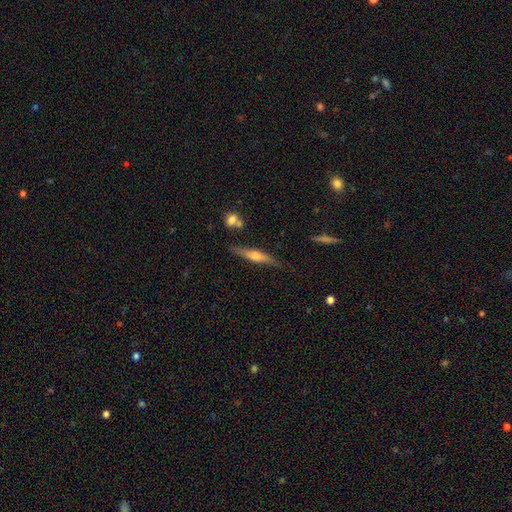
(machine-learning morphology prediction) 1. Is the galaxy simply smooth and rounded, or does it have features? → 64% featured or disk, 30% smooth, 6% star or artifact.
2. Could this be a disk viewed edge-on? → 95% yes, 5% no.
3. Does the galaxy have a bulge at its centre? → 90% rounded, 6% boxy, 4% none.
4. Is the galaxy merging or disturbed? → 79% none, 14% minor disturbance, 5% merger, 3% major disturbance.